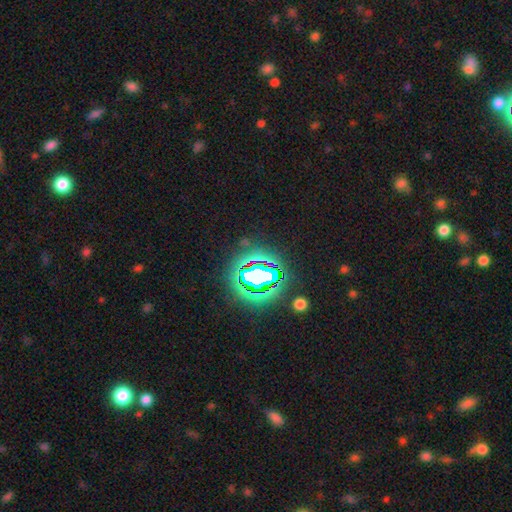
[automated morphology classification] A star or artifact, not a galaxy (79%).

Vote fractions:
- Smooth or featured? star or artifact: 79% / smooth: 14% / featured or disk: 8%